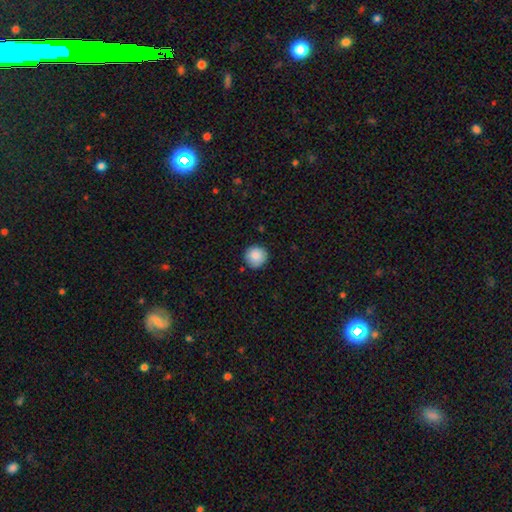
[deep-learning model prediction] Q: Smooth or featured?
A: smooth (88%); runner-up: star or artifact (8%)
Q: How rounded?
A: round (95%); runner-up: in between (4%)
Q: Merging?
A: none (87%); runner-up: minor disturbance (10%)